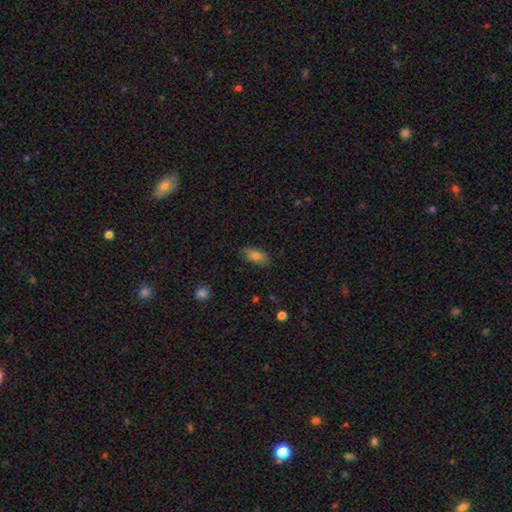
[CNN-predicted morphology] A smooth galaxy with no disk features (76%) that is in between round and cigar-shaped (86%). Merging: none (80%).